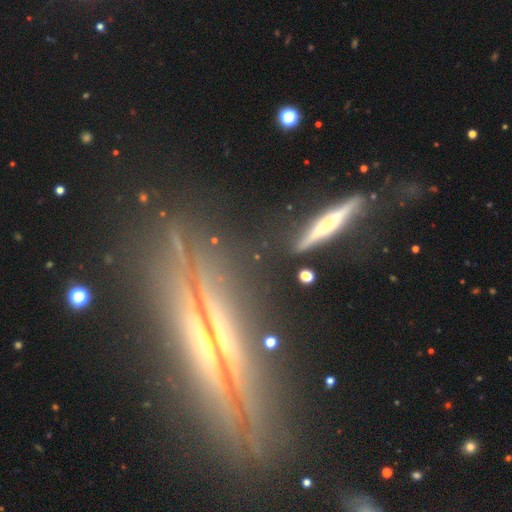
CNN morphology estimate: smooth_or_featured: featured or disk (p=0.74) [alt: star or artifact p=0.14]
disk_edge_on: yes (p=0.92) [alt: no p=0.08]
edge_on_bulge: rounded (p=0.51) [alt: none p=0.32]
merging: none (p=0.76) [alt: minor disturbance p=0.14]